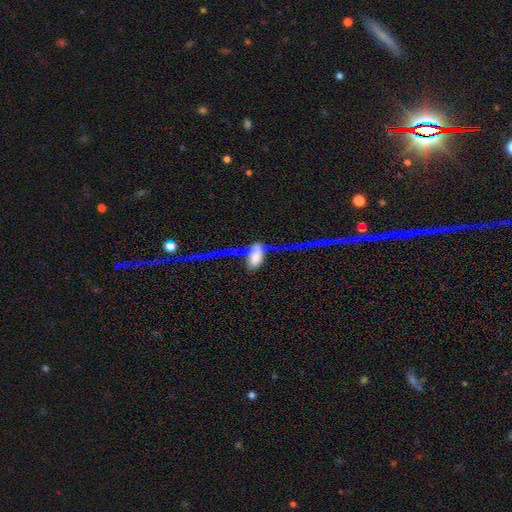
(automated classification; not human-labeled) smooth_or_featured: smooth (p=0.54) [alt: featured or disk p=0.37]
how_rounded: in between (p=0.90) [alt: cigar-shaped p=0.06]
merging: major disturbance (p=0.46) [alt: none p=0.22]